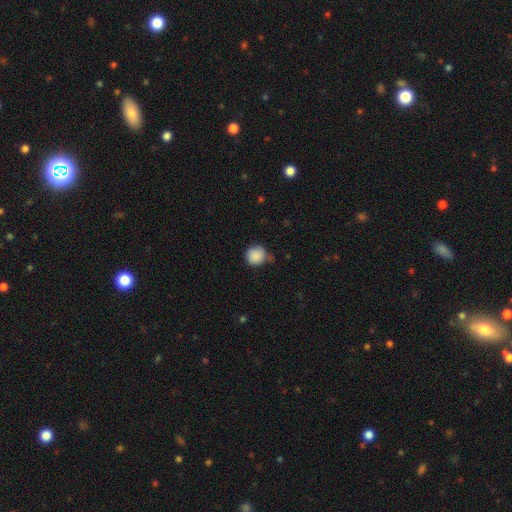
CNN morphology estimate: smooth 88%, star or artifact 8%, featured or disk 4%. Down the decision tree: how rounded — round (90%); merging — none (67%).